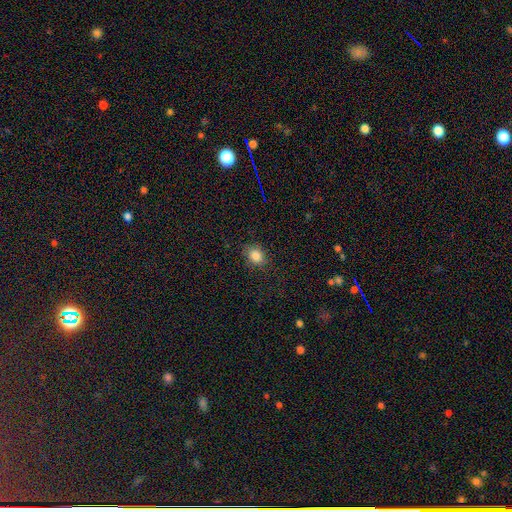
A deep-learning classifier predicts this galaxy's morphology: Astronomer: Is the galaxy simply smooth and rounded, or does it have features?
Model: smooth — 84%.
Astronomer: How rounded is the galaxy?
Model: round — 51% (runner-up: in between, 48%).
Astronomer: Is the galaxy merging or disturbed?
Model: none — 82%.